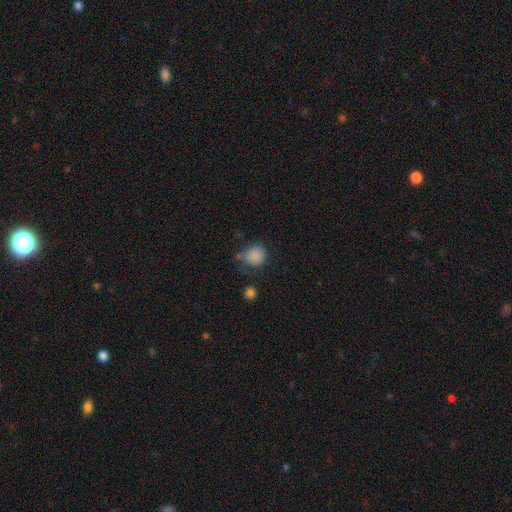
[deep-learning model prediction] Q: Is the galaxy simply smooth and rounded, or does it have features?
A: smooth — 85%.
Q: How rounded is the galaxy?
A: round — 76%.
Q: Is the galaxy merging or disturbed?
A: none — 63%.